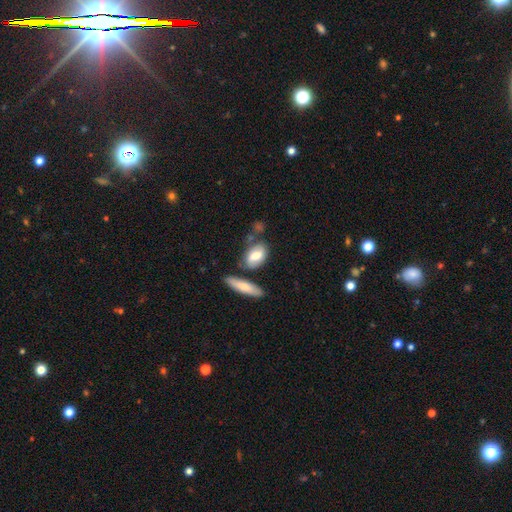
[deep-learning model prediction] A smooth galaxy with no disk features (70%) that is in between round and cigar-shaped (84%). Merging: none (59%).